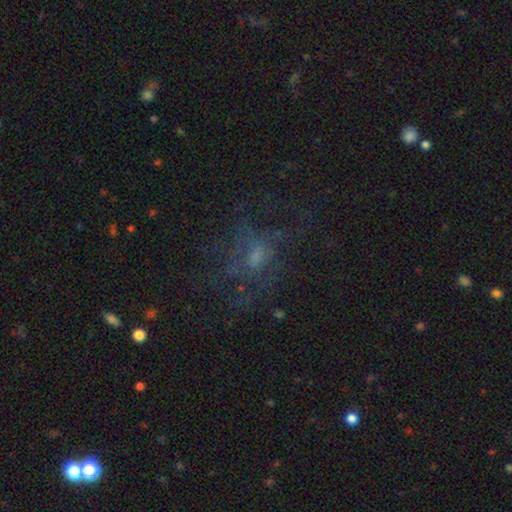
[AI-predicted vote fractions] smooth_or_featured: featured or disk (p=0.52) [alt: smooth p=0.27]
disk_edge_on: no (p=0.96) [alt: yes p=0.04]
bar: no (p=0.68) [alt: weak p=0.28]
has_spiral_arms: yes (p=0.51) [alt: no p=0.49]
bulge_size: small (p=0.46) [alt: moderate p=0.33]
merging: none (p=0.51) [alt: major disturbance p=0.30]